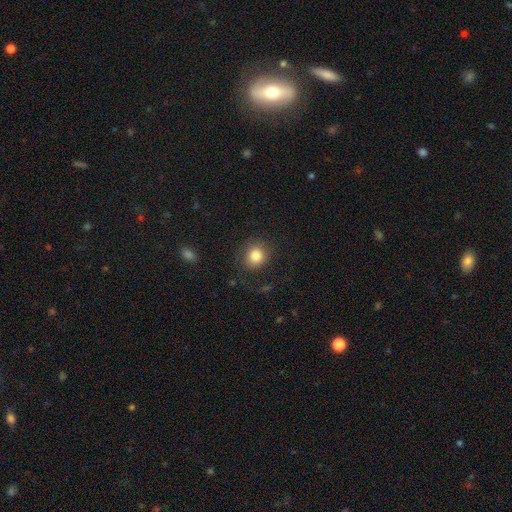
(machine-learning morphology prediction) This appears to be a smooth galaxy with no disk features (82%) that is round (80%). Merging: none (79%).